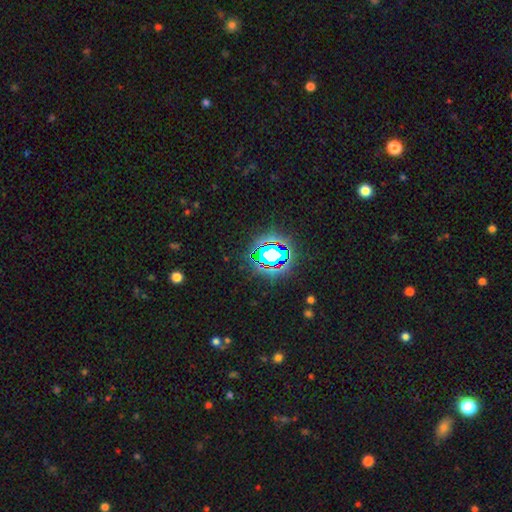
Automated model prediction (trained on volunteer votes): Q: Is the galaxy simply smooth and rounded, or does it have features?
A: star or artifact — 82%.